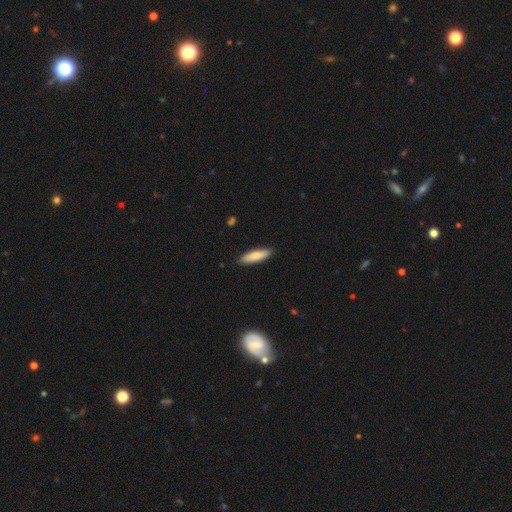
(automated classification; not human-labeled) This appears to be a smooth galaxy with no disk features (80%) that is cigar-shaped (63%). Merging: none (90%).